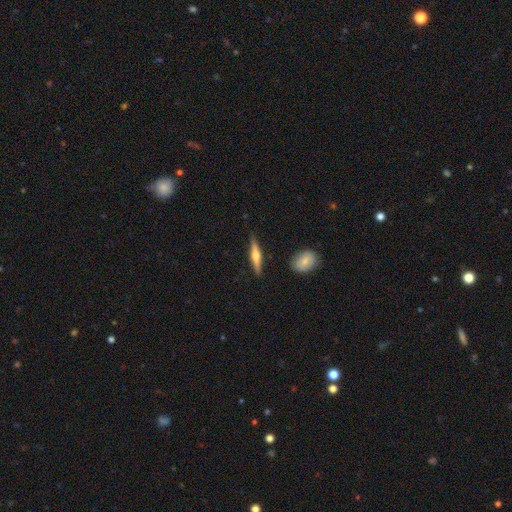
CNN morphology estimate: A featured or disk galaxy (61%) viewed edge-on (96%) with a rounded central bulge (90%). Merging: none (88%).